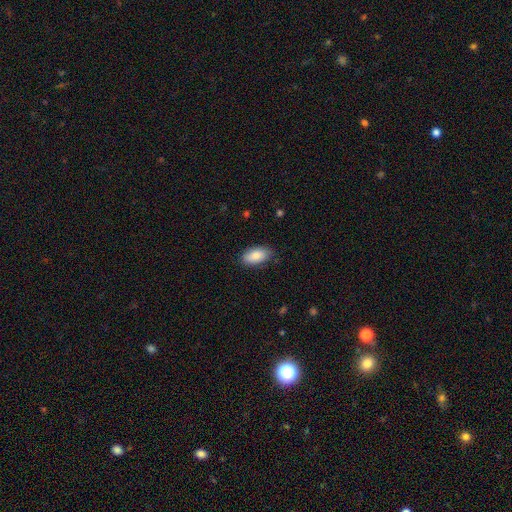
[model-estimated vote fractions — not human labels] smooth_or_featured: smooth (p=0.85) [alt: featured or disk p=0.08]
how_rounded: in between (p=0.93) [alt: cigar-shaped p=0.04]
merging: none (p=0.81) [alt: minor disturbance p=0.15]